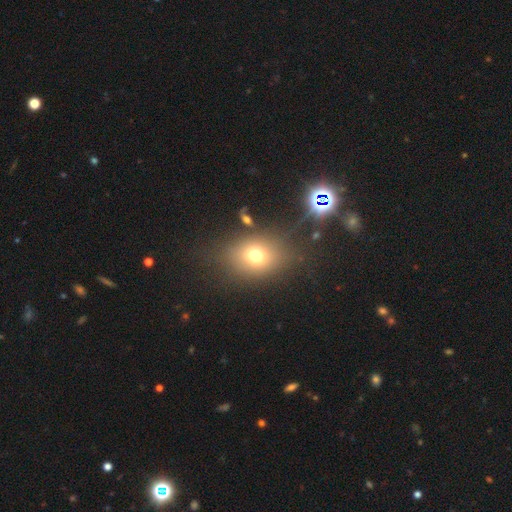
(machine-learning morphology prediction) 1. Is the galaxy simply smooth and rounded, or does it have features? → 70% smooth, 17% star or artifact, 13% featured or disk.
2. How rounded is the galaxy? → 50% in between, 48% round, 1% cigar-shaped.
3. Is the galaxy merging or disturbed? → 75% none, 13% minor disturbance, 7% major disturbance, 5% merger.